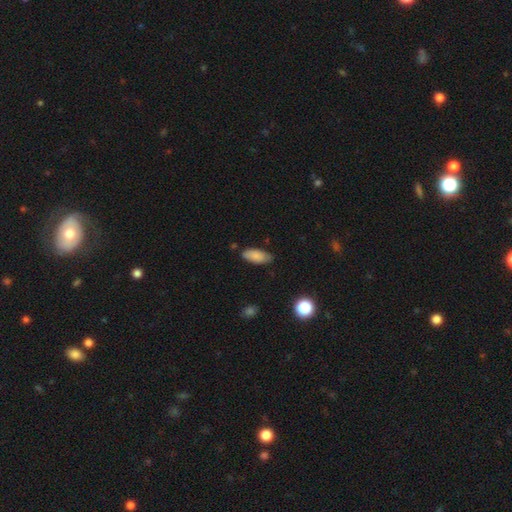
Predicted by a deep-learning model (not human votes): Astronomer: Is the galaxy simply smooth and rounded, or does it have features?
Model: smooth — 85%.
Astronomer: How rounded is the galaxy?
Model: in between — 86%.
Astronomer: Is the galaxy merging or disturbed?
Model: none — 77%.